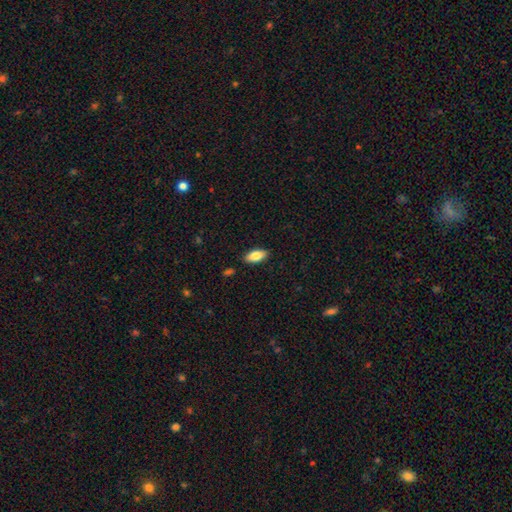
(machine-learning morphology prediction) Smooth or featured? smooth (84%)
How rounded? in between (87%)
Merging? none (88%)